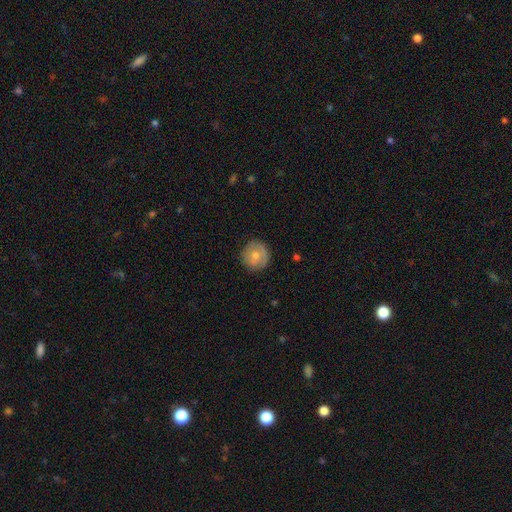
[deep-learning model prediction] A smooth galaxy with no disk features (66%) that is round (93%). Merging: none (83%).